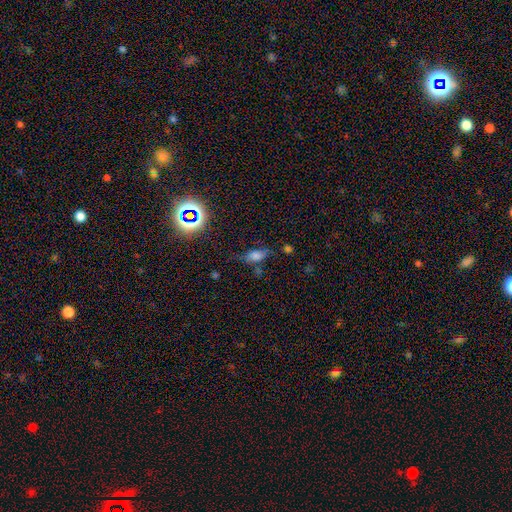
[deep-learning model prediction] Overall: smooth (63%). How rounded: in between (79%). Merging: none (56%; minor disturbance 27%).